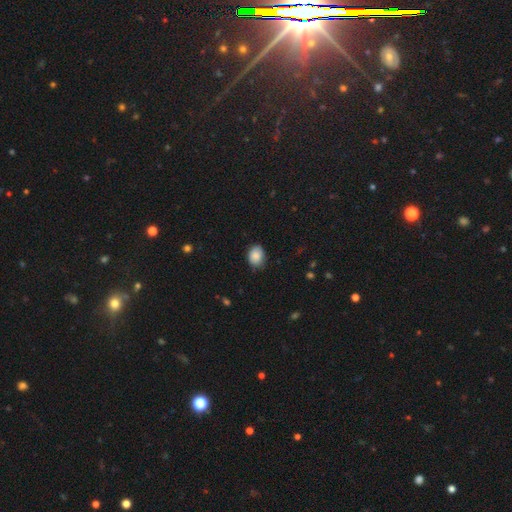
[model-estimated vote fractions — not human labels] Smooth or featured: smooth — 87% (star or artifact — 8%)
How rounded: in between — 64% (round — 35%)
Merging: none — 76% (minor disturbance — 20%)